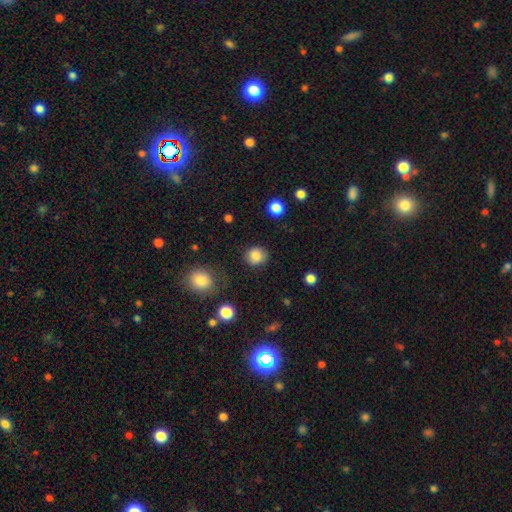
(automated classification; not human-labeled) A smooth galaxy with no disk features (85%) that is round (86%).

Vote fractions:
- Smooth or featured? smooth: 85% / star or artifact: 10% / featured or disk: 5%
- How rounded? round: 86% / in between: 13% / cigar-shaped: 1%
- Merging? none: 86% / minor disturbance: 9% / major disturbance: 3% / merger: 2%